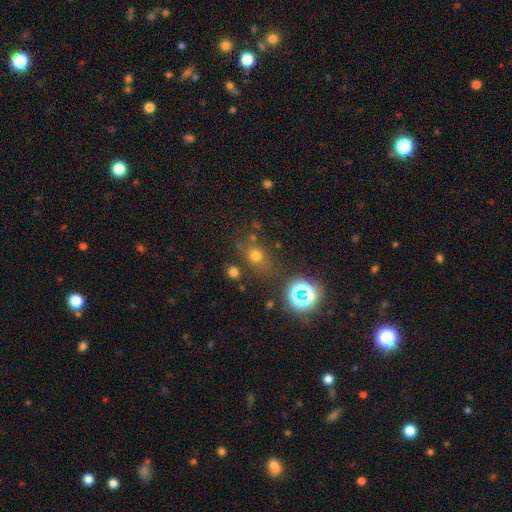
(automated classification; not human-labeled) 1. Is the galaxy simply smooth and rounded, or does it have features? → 64% smooth, 26% star or artifact, 10% featured or disk.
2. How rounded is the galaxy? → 62% round, 35% in between, 2% cigar-shaped.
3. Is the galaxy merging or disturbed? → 68% none, 16% minor disturbance, 8% merger, 8% major disturbance.